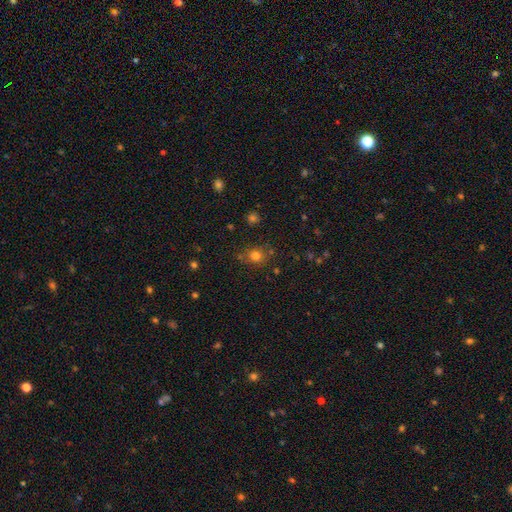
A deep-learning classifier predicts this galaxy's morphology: This is likely a smooth galaxy (77%). How rounded: clearly round (81%). Merging: likely none (76%).